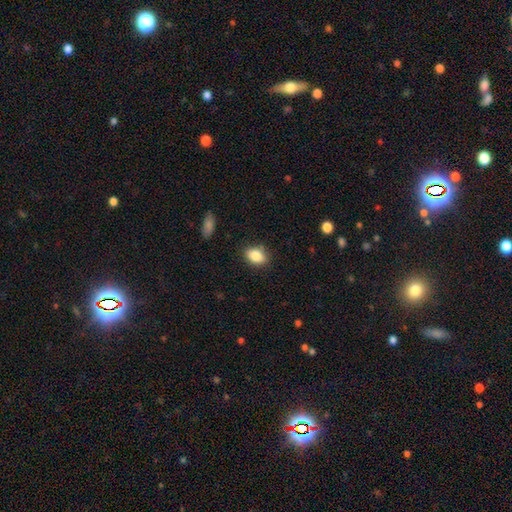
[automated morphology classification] This appears to be a smooth galaxy with no disk features (87%) that is in between round and cigar-shaped (79%). Merging: none (84%).